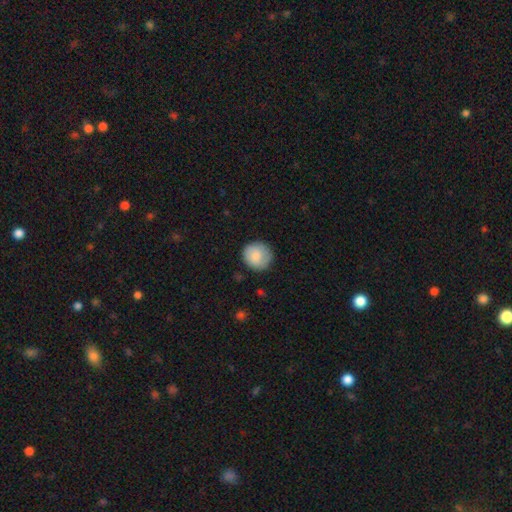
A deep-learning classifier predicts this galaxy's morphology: Q: Smooth or featured?
A: smooth (83%); runner-up: featured or disk (11%)
Q: How rounded?
A: round (92%); runner-up: in between (7%)
Q: Merging?
A: none (82%); runner-up: minor disturbance (13%)